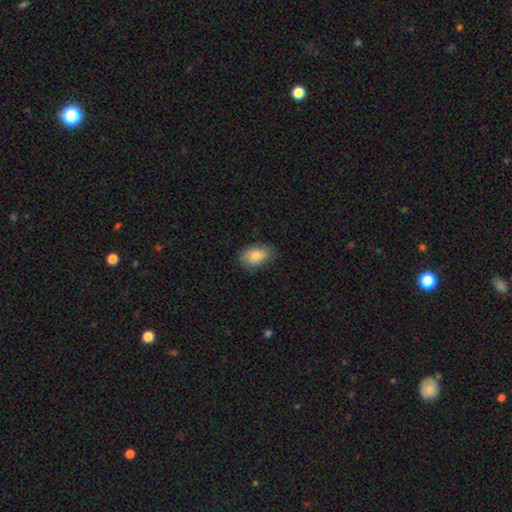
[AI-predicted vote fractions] Smooth or featured?
  - smooth: 81% *
  - featured or disk: 12%
  - star or artifact: 7%
How rounded?
  - in between: 87% *
  - round: 11%
  - cigar-shaped: 1%
Merging?
  - none: 72% *
  - minor disturbance: 21%
  - major disturbance: 5%
  - merger: 1%